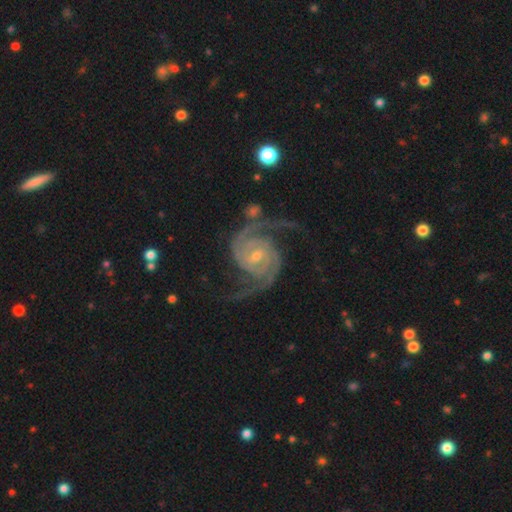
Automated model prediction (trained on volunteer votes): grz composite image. It shows a featured or disk galaxy (94%) with no bar (44%), 2 (82%) medium (46%) spiral arms (99%) and a small central bulge (66%). Merging: none (69%).